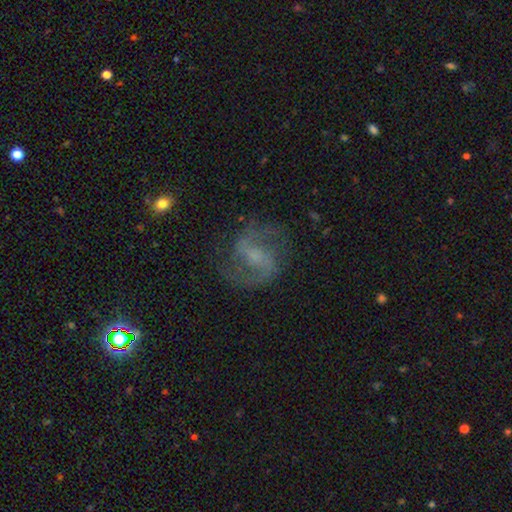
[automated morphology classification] The model was most divided on "bulge size": small: 47%, none: 25%, moderate: 23%, large: 3%, dominant: 1%. More confident: edge-on disk — no (98%); spiral arms — yes (96%); spiral arm count — 2 (91%); smooth or featured — featured or disk (84%); merging — none (77%); spiral winding — medium (56%); bar — weak (52%).